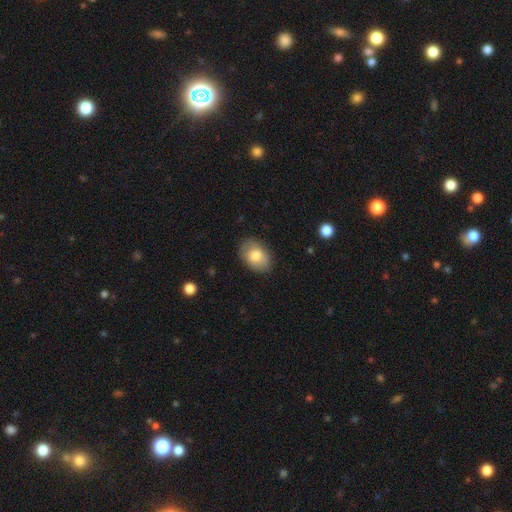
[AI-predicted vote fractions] This appears to be a smooth galaxy with no disk features (76%) that is in between round and cigar-shaped (81%). Merging: none (82%).